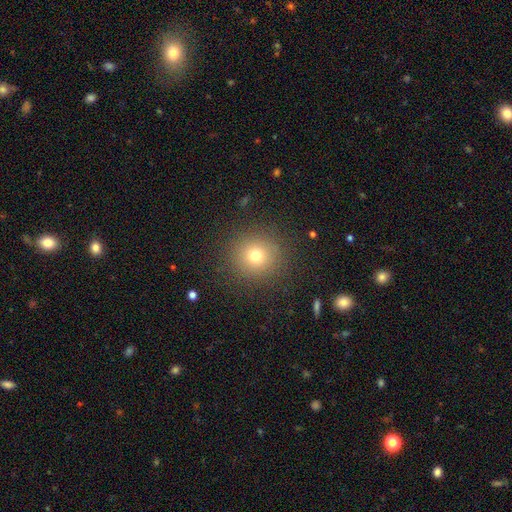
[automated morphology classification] Smooth or featured?
  - smooth: 73% *
  - star or artifact: 17%
  - featured or disk: 10%
How rounded?
  - round: 92% *
  - in between: 7%
  - cigar-shaped: 1%
Merging?
  - none: 89% *
  - minor disturbance: 7%
  - major disturbance: 3%
  - merger: 1%